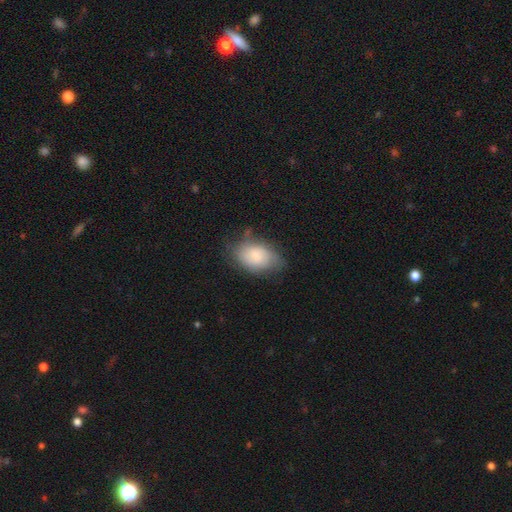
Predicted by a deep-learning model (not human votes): smooth 76%, featured or disk 17%, star or artifact 7%. Down the decision tree: how rounded — in between (89%); merging — none (58%).